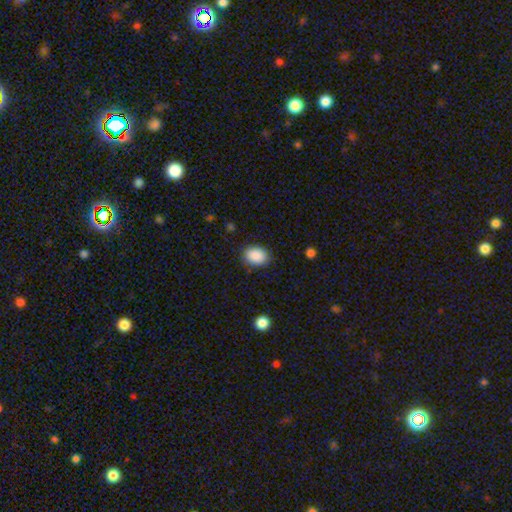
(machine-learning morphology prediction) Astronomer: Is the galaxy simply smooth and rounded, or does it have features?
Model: smooth — 90%.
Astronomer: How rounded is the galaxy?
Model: in between — 62% (runner-up: round, 37%).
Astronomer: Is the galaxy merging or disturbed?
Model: none — 85%.